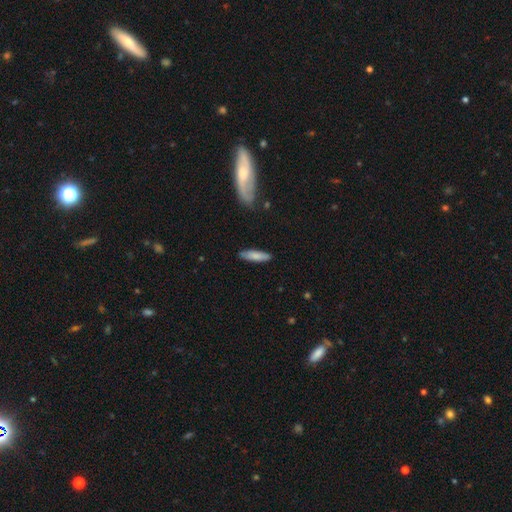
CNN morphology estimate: This appears to be a smooth galaxy with no disk features (78%) that is cigar-shaped (67%). Merging: none (84%).